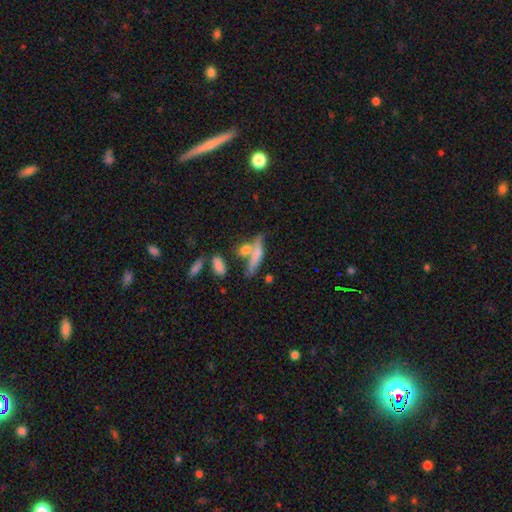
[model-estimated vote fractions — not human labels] smooth-or-featured: smooth: 60% | featured or disk: 31% | star or artifact: 9%
  how-rounded: cigar-shaped: 64% | in between: 32% | round: 4%
  merging: none: 40% | merger: 35% | minor disturbance: 16% | major disturbance: 10%